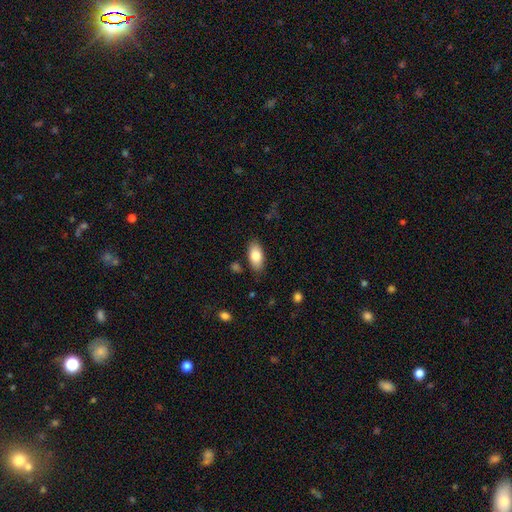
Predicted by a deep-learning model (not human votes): This appears to be a smooth galaxy with no disk features (81%) that is in between round and cigar-shaped (91%). Merging: none (84%).